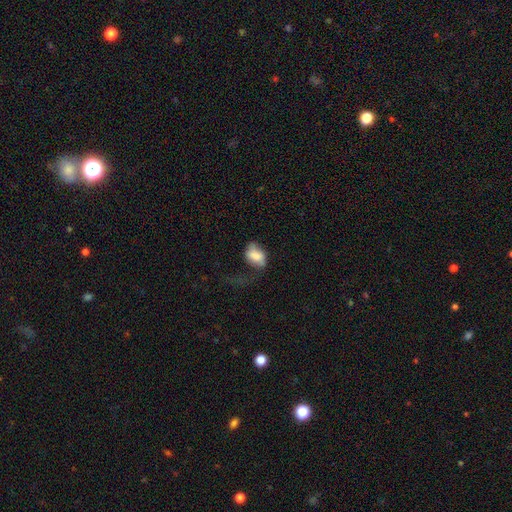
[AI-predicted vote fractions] A smooth galaxy with no disk features (69%) that is in between round and cigar-shaped (83%).

Vote fractions:
- Smooth or featured? smooth: 69% / featured or disk: 22% / star or artifact: 8%
- How rounded? in between: 83% / round: 15% / cigar-shaped: 2%
- Merging? major disturbance: 41% / none: 29% / minor disturbance: 26% / merger: 4%